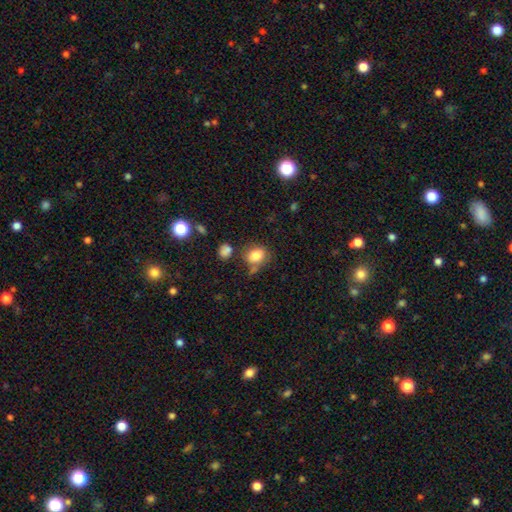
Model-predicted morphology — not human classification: Overall: smooth (81%). How rounded: round (58%; in between 41%). Merging: none (63%).